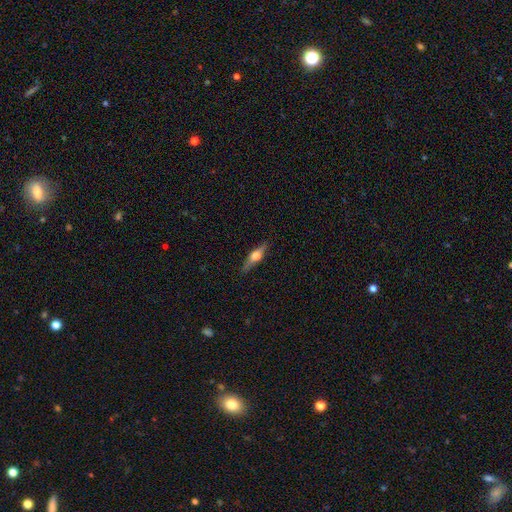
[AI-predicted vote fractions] Smooth or featured? featured or disk (66%)
Edge-on disk? yes (96%)
Edge-on bulge? rounded (94%)
Merging? none (88%)